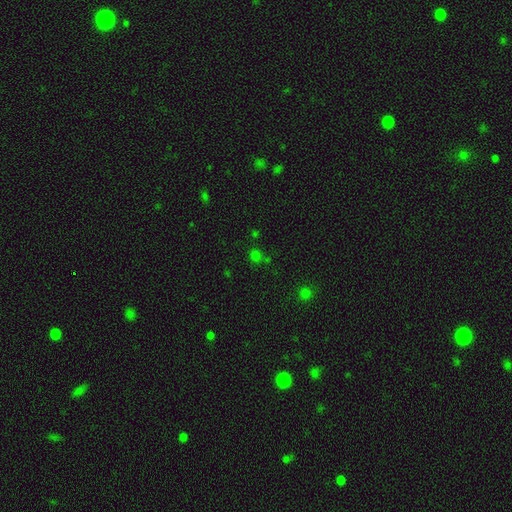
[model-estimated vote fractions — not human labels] The model was most divided on "smooth or featured": smooth: 60%, star or artifact: 35%, featured or disk: 5%. More confident: how rounded — round (83%); merging — none (73%).